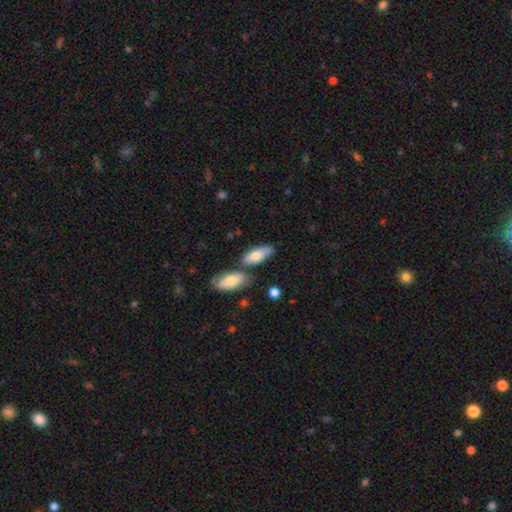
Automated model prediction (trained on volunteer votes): This appears to be a smooth galaxy with no disk features (74%) that is in between round and cigar-shaped (81%). Merging: none (56%).